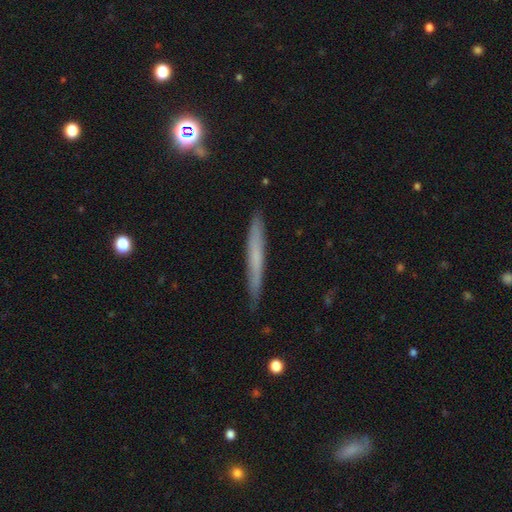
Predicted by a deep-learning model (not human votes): This is possibly a smooth galaxy (51%). How rounded: clearly cigar-shaped (96%). Merging: clearly none (87%).